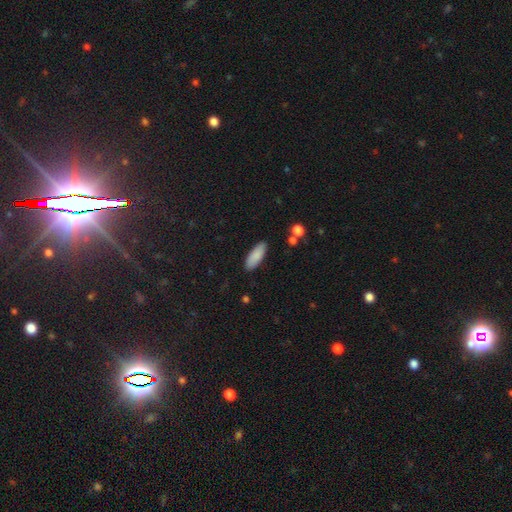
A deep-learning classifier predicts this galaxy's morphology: Overall: smooth (87%). How rounded: in between (69%; cigar-shaped 29%). Merging: none (88%).